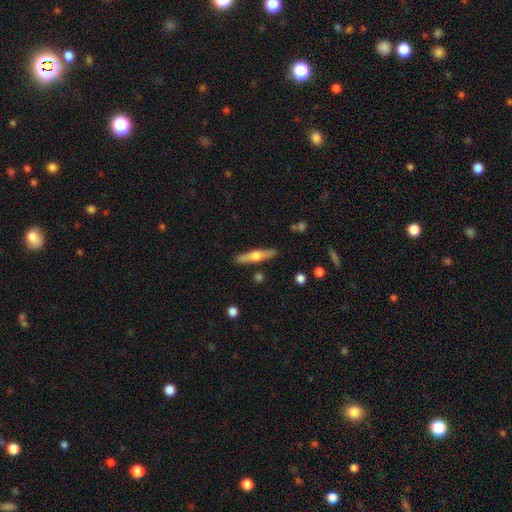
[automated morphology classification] type=featured or disk (54%); edge-on=yes (94%); edge-on bulge=rounded (91%); merging=none (88%).